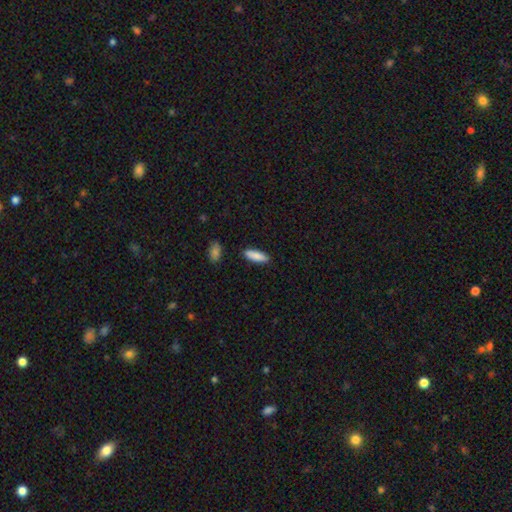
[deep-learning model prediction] Overall: smooth (88%). How rounded: in between (53%; cigar-shaped 45%). Merging: none (86%).